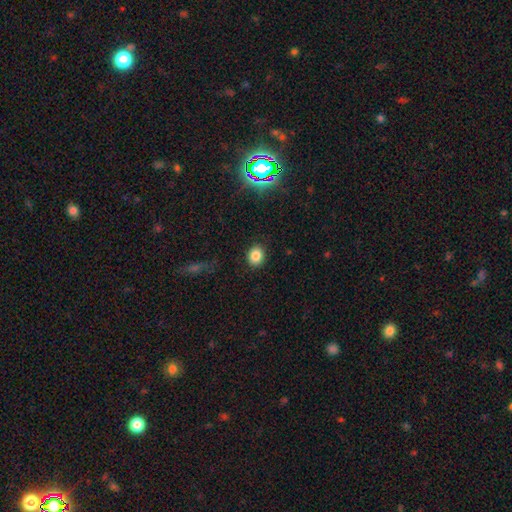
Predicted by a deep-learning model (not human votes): Smooth or featured? smooth (83%)
How rounded? round (62%)
Merging? none (89%)